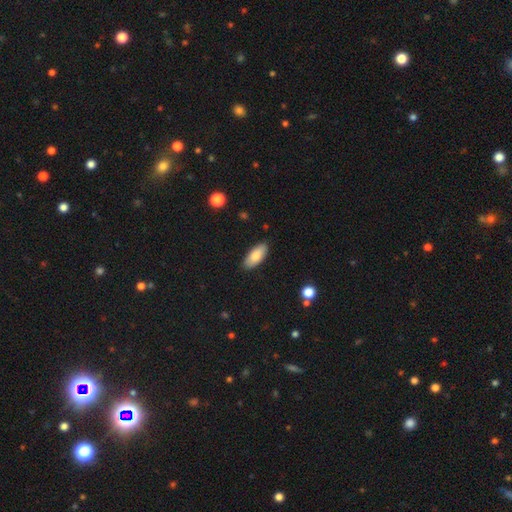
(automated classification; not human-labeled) Smooth or featured? smooth (81%)
How rounded? in between (86%)
Merging? none (87%)